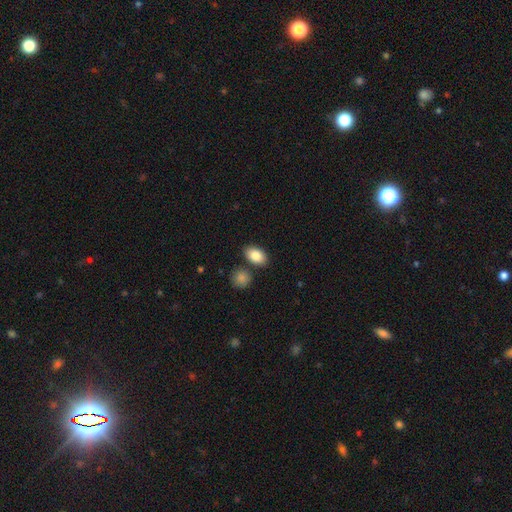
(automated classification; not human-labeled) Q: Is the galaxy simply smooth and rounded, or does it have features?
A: smooth — 86%.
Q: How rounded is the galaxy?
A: in between — 90%.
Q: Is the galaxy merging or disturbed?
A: none — 78%.